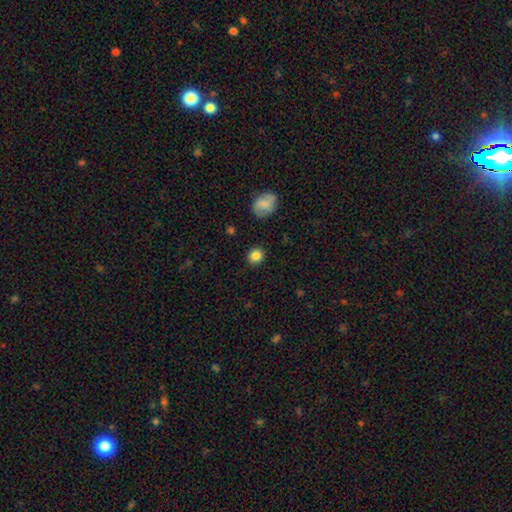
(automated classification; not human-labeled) Smooth or featured? Predicted: smooth (p=0.85). How rounded? Predicted: round (p=0.86). Merging? Predicted: none (p=0.89).